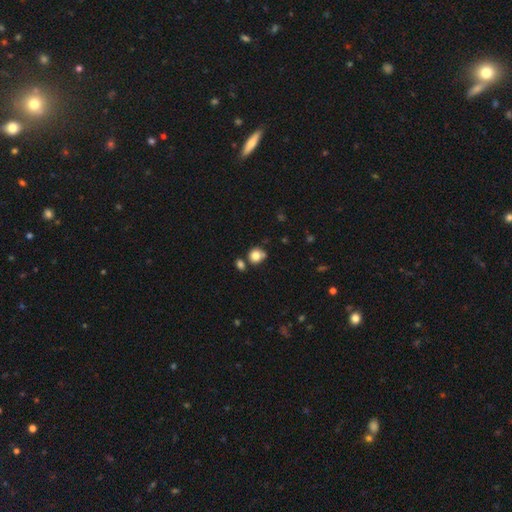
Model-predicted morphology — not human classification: Smooth or featured? smooth (82%)
How rounded? round (82%)
Merging? none (64%)